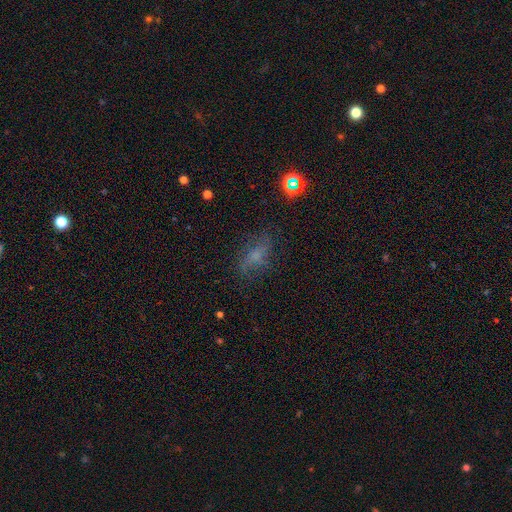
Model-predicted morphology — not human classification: Smooth or featured? smooth (41%)
Merging? none (62%)